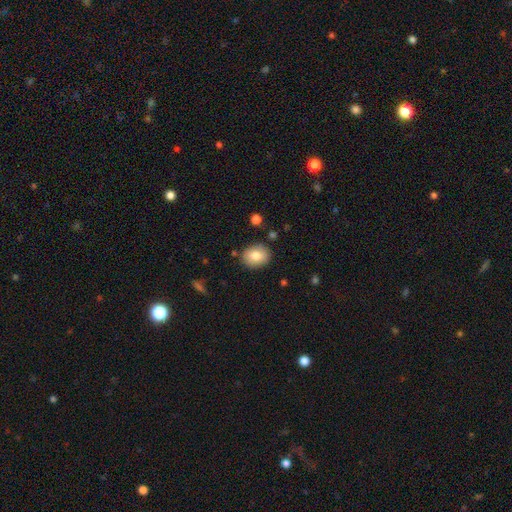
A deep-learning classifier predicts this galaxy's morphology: Smooth or featured? Predicted: smooth (p=0.79). How rounded? Predicted: round (p=0.58). Merging? Predicted: none (p=0.85).